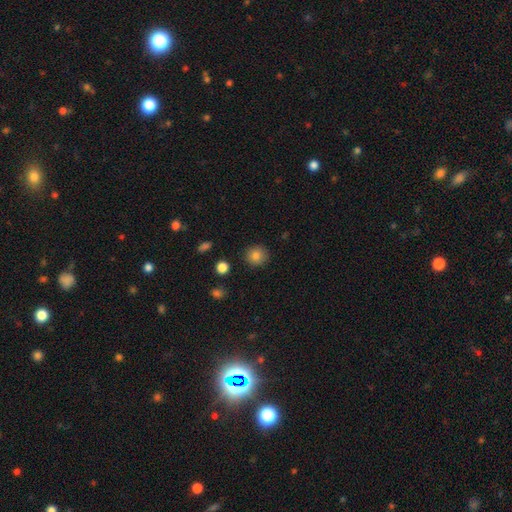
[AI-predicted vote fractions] Overall: smooth (84%). How rounded: round (89%). Merging: none (89%).